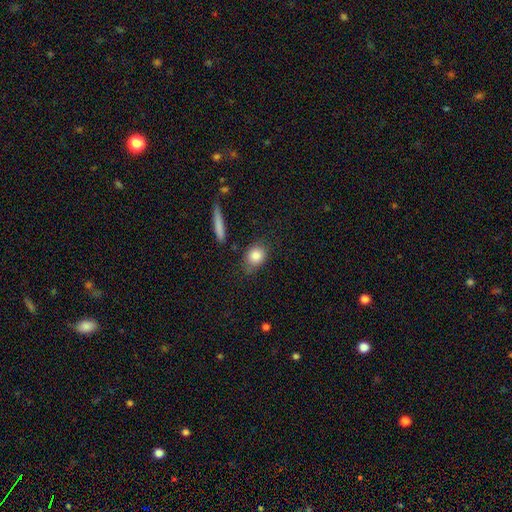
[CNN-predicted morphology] Overall: smooth (84%). How rounded: round (53%; in between 43%). Merging: none (73%).